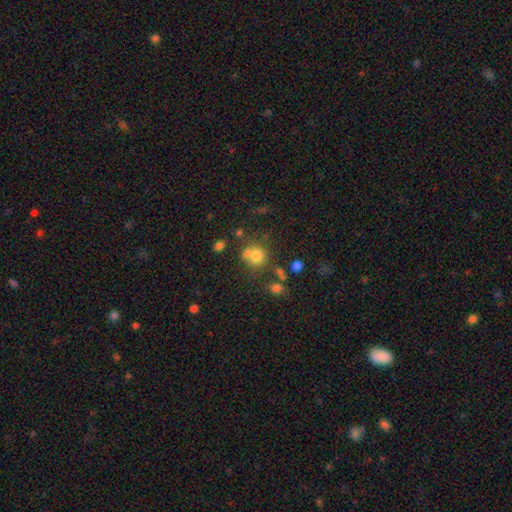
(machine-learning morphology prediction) smooth-or-featured: smooth: 74% | star or artifact: 15% | featured or disk: 12%
  how-rounded: round: 83% | in between: 16% | cigar-shaped: 1%
  merging: none: 53% | merger: 28% | minor disturbance: 13% | major disturbance: 6%